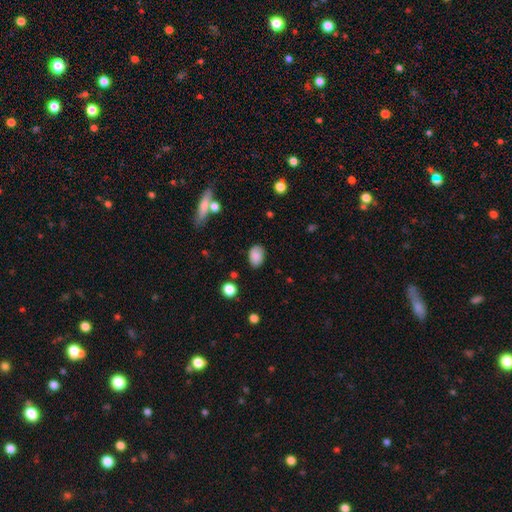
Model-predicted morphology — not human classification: smooth 83%, star or artifact 9%, featured or disk 8%. Down the decision tree: how rounded — in between (83%); merging — none (78%).